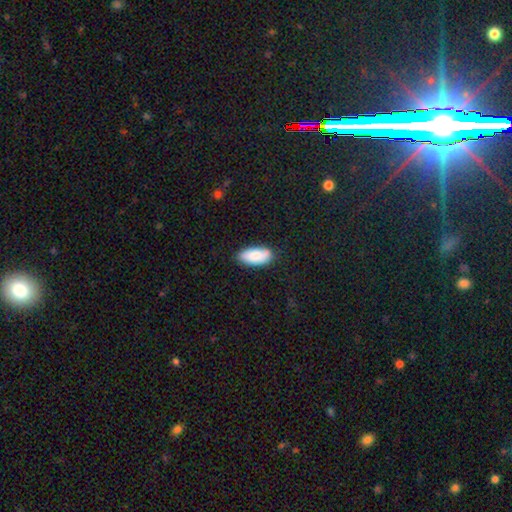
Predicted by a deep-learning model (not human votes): Smooth or featured? Predicted: smooth (p=0.86). How rounded? Predicted: in between (p=0.91). Merging? Predicted: none (p=0.80).